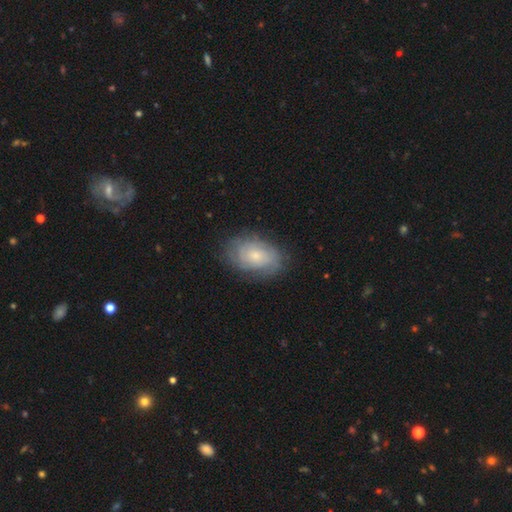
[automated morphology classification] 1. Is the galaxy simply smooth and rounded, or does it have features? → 57% featured or disk, 35% smooth, 7% star or artifact.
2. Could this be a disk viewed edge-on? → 96% no, 4% yes.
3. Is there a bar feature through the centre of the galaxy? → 79% no, 18% weak, 3% strong.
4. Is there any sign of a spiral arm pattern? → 82% yes, 18% no.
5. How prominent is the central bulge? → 63% small, 30% moderate, 3% none, 3% large, 1% dominant.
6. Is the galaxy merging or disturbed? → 76% none, 17% minor disturbance, 6% major disturbance, 1% merger.